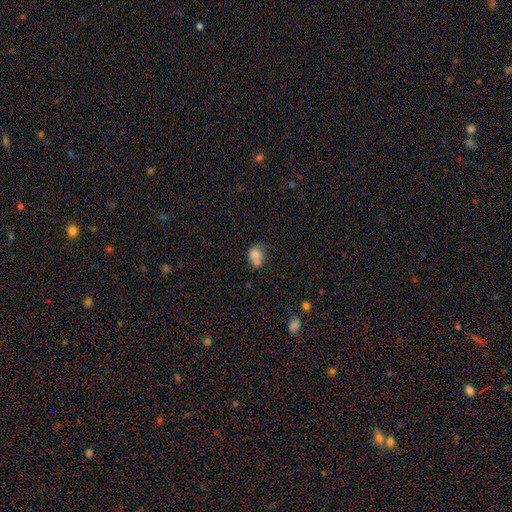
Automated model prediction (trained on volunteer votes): Smooth or featured?
  - smooth: 73% *
  - featured or disk: 17%
  - star or artifact: 10%
How rounded?
  - in between: 56% *
  - round: 42%
  - cigar-shaped: 1%
Merging?
  - merger: 38% *
  - none: 33%
  - minor disturbance: 20%
  - major disturbance: 8%